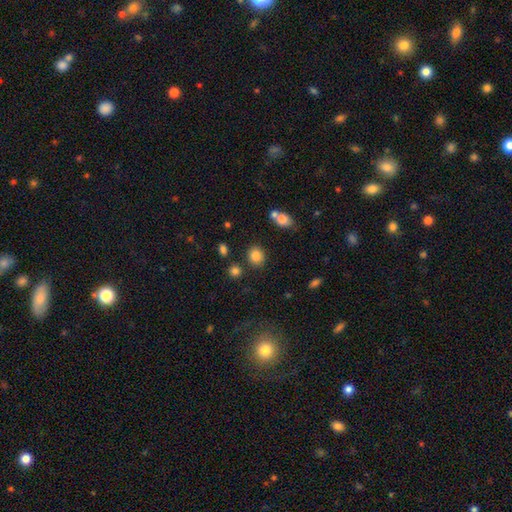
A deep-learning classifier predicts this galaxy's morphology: smooth 84%, star or artifact 11%, featured or disk 5%. Down the decision tree: how rounded — round (76%); merging — none (83%).